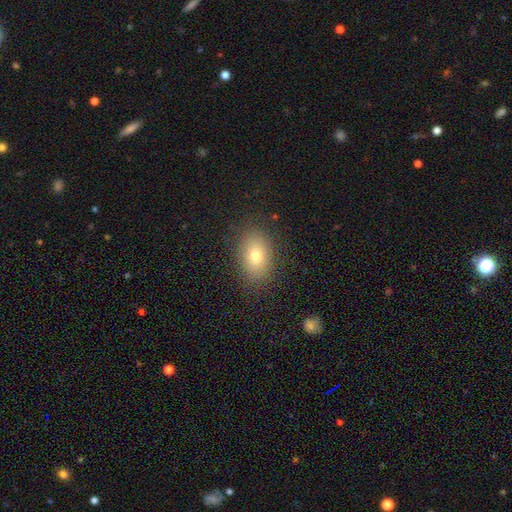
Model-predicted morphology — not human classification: The model was most divided on "how rounded": in between: 81%, round: 18%, cigar-shaped: 1%. More confident: merging — none (86%); smooth or featured — smooth (76%).